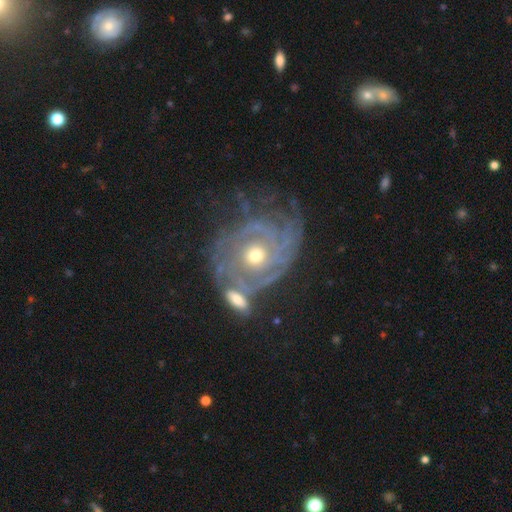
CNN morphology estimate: featured or disk 83%, smooth 10%, star or artifact 7%. Down the decision tree: edge-on disk — no (96%); bar — no (82%); spiral arms — yes (89%); spiral arm count — can't tell (41%); spiral winding — tight (72%); bulge size — moderate (60%); merging — none (46%).